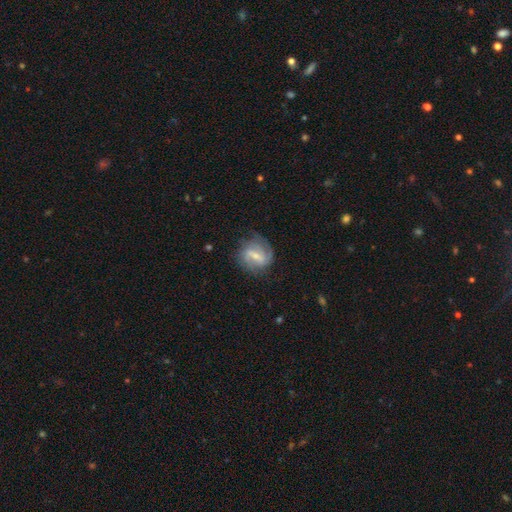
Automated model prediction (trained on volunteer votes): Smooth or featured? featured or disk (73%)
Edge-on disk? no (96%)
Bar? weak (47%)
Spiral arms? yes (87%)
Spiral winding? medium (43%)
Spiral arm count? 2 (62%)
Bulge size? small (57%)
Merging? none (67%)